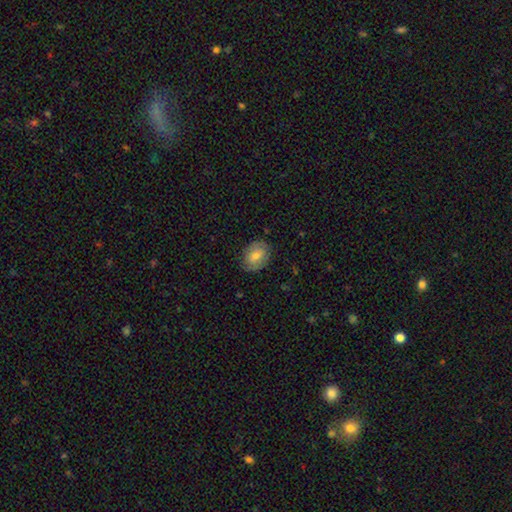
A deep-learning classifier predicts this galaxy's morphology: A smooth galaxy with no disk features (57%) that is in between round and cigar-shaped (67%). Merging: none (79%).